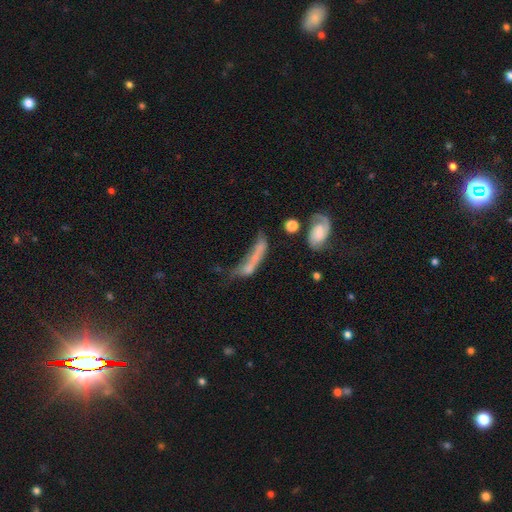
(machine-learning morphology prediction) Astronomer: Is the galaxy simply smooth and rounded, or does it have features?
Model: smooth — 44% (runner-up: featured or disk, 43%).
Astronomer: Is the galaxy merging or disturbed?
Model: major disturbance — 33% (runner-up: merger, 28%).